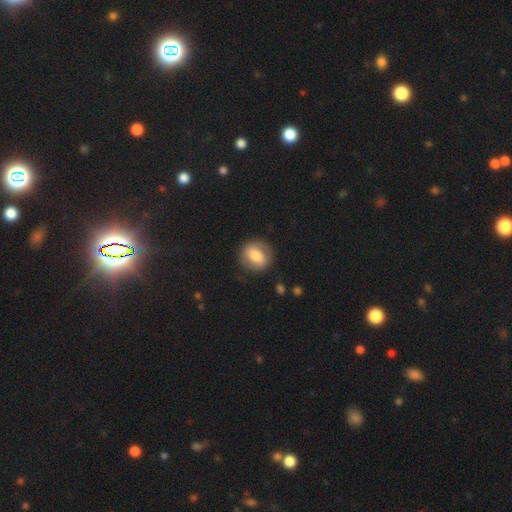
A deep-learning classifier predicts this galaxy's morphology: This appears to be a smooth galaxy with no disk features (63%) that is round (70%). Merging: none (83%).